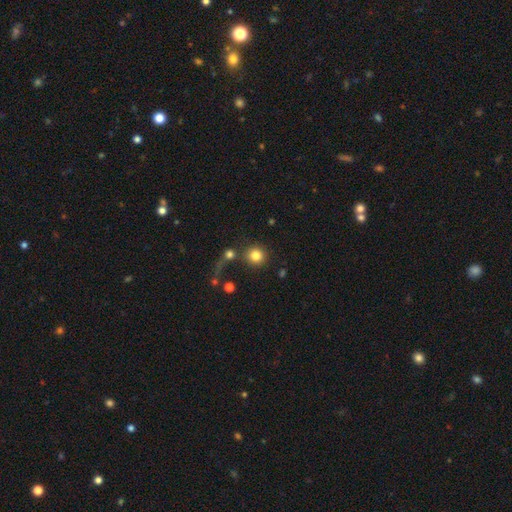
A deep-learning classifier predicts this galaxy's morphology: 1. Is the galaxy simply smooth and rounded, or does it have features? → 83% smooth, 10% star or artifact, 7% featured or disk.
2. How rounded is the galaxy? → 92% round, 7% in between, 1% cigar-shaped.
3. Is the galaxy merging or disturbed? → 74% none, 13% merger, 8% minor disturbance, 6% major disturbance.